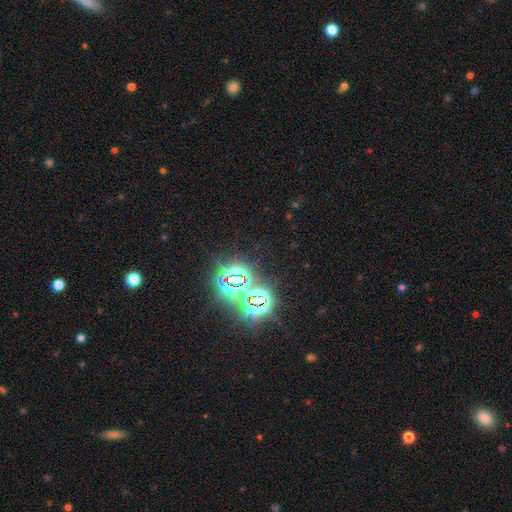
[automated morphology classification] A star or artifact, not a galaxy (71%).